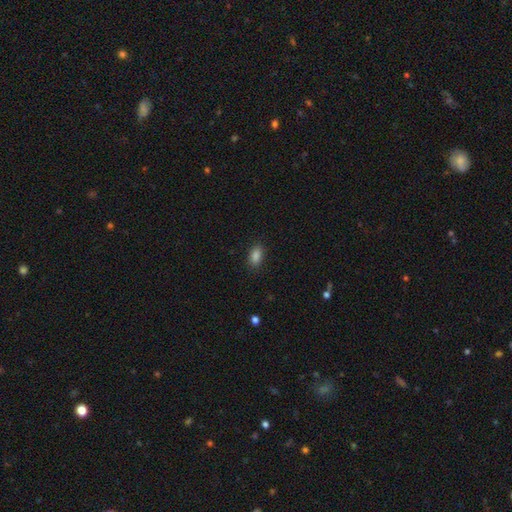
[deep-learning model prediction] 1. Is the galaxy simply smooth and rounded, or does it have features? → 86% smooth, 10% star or artifact, 4% featured or disk.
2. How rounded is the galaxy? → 89% in between, 8% round, 3% cigar-shaped.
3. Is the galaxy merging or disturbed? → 88% none, 9% minor disturbance, 3% major disturbance, 1% merger.